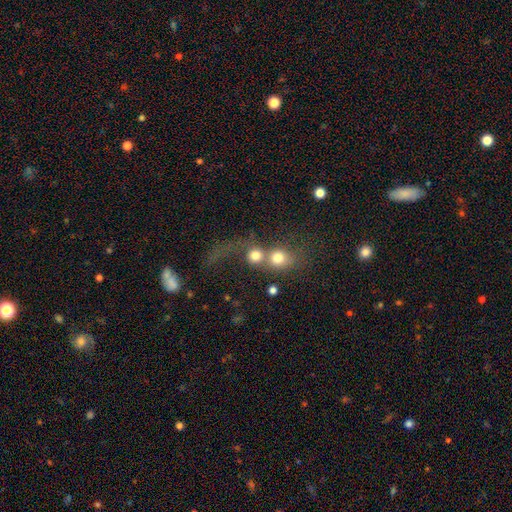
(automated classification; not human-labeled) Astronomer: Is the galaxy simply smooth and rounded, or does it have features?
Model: smooth — 71%.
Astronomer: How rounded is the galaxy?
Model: round — 84%.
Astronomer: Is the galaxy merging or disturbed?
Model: merger — 64%.